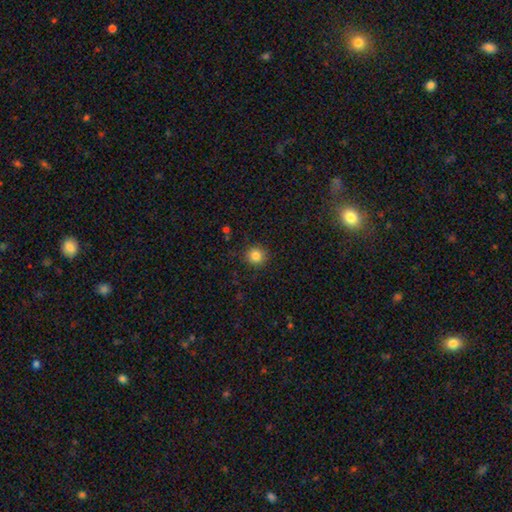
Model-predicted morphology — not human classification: Q: Smooth or featured?
A: smooth (84%); runner-up: star or artifact (11%)
Q: How rounded?
A: round (91%); runner-up: in between (8%)
Q: Merging?
A: none (89%); runner-up: minor disturbance (8%)